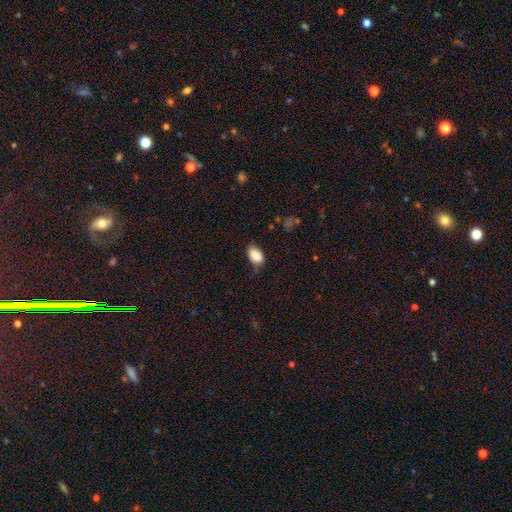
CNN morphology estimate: Smooth or featured? smooth (87%)
How rounded? in between (91%)
Merging? none (61%)